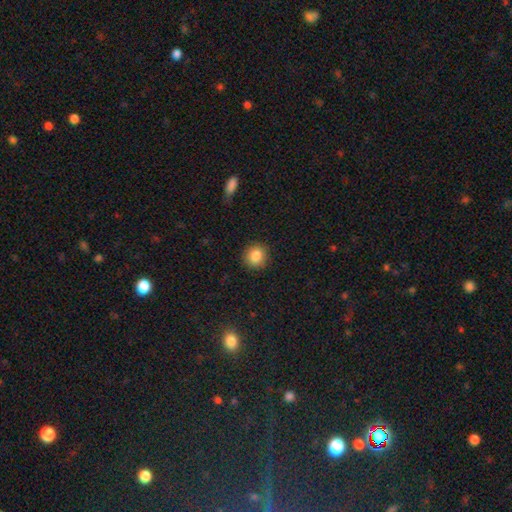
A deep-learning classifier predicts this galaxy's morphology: The model was most divided on "smooth or featured": smooth: 85%, star or artifact: 9%, featured or disk: 5%. More confident: merging — none (90%); how rounded — round (90%).